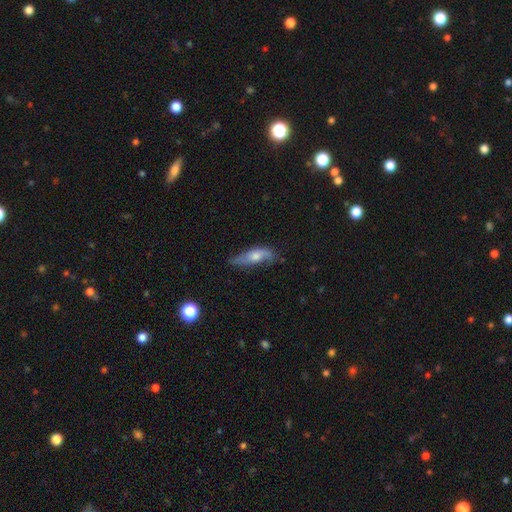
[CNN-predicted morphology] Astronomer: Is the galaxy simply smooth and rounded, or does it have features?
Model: featured or disk — 51% (runner-up: smooth, 40%).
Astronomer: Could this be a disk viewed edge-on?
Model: no — 66%.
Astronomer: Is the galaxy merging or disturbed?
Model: none — 55% (runner-up: minor disturbance, 31%).